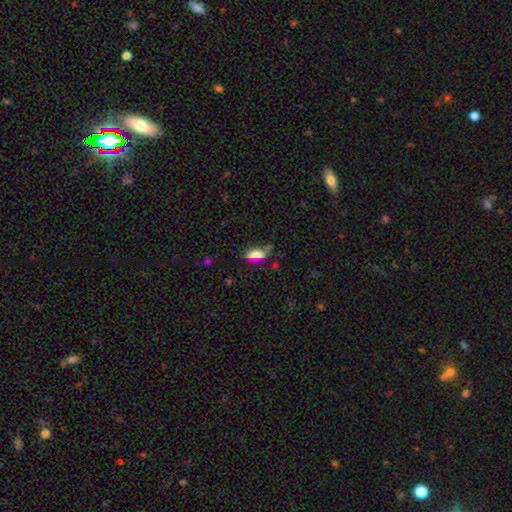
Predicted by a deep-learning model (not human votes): This appears to be a smooth galaxy with no disk features (71%) that is in between round and cigar-shaped (76%). Merging: none (72%).